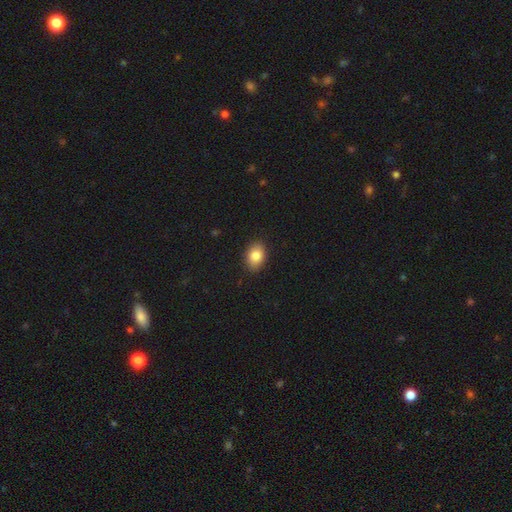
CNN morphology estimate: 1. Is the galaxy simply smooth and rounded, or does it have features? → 85% smooth, 8% star or artifact, 7% featured or disk.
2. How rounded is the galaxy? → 77% in between, 22% round, 1% cigar-shaped.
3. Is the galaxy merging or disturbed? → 89% none, 8% minor disturbance, 2% major disturbance, 1% merger.